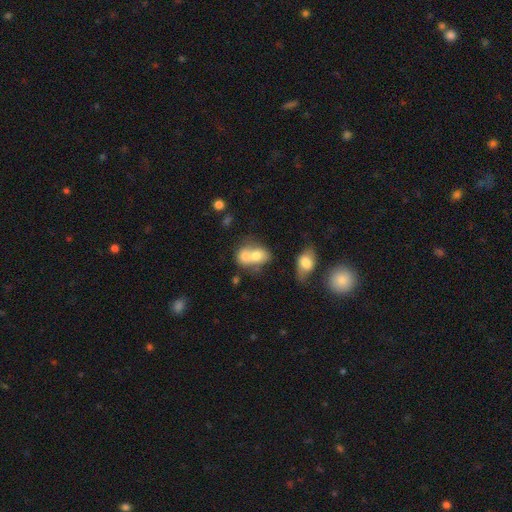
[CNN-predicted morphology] The model was most divided on "how rounded": in between: 61%, round: 38%, cigar-shaped: 1%. More confident: merging — merger (70%); smooth or featured — smooth (69%).